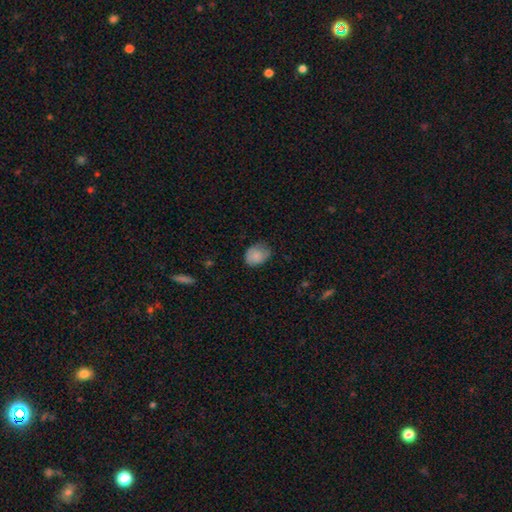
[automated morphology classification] Smooth or featured?
  - smooth: 83% *
  - featured or disk: 10%
  - star or artifact: 8%
How rounded?
  - in between: 53% *
  - round: 46%
  - cigar-shaped: 1%
Merging?
  - none: 59% *
  - minor disturbance: 32%
  - major disturbance: 8%
  - merger: 1%